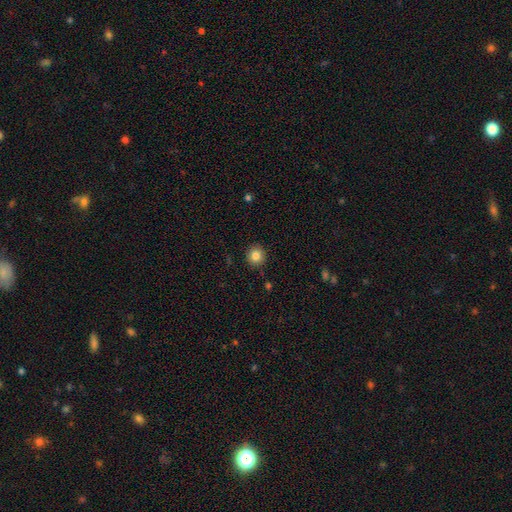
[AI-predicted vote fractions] This appears to be a smooth galaxy with no disk features (83%) that is round (93%). Merging: none (91%).